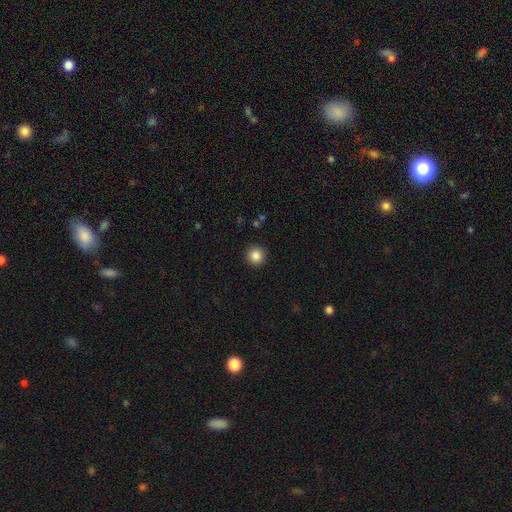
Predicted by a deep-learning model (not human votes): Smooth or featured?
  - smooth: 86% *
  - star or artifact: 10%
  - featured or disk: 4%
How rounded?
  - round: 95% *
  - in between: 4%
  - cigar-shaped: 1%
Merging?
  - none: 93% *
  - minor disturbance: 5%
  - major disturbance: 2%
  - merger: 1%